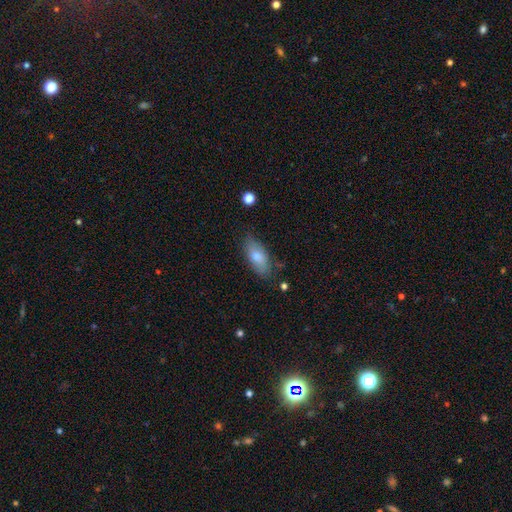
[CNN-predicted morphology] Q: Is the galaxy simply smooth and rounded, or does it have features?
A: smooth — 70%.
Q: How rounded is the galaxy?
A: in between — 84%.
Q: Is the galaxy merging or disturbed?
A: none — 80%.